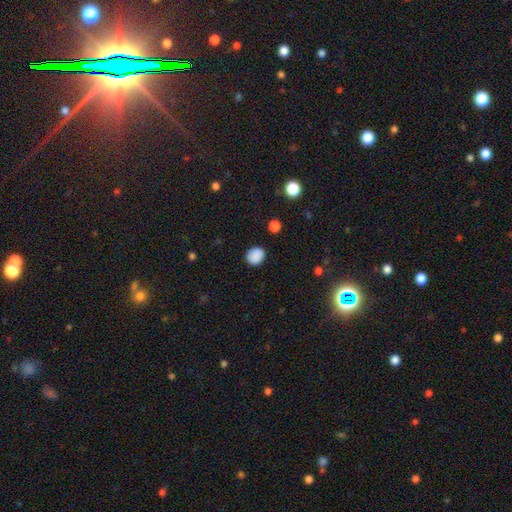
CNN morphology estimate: smooth-or-featured: smooth: 87% | star or artifact: 9% | featured or disk: 4%
  how-rounded: round: 64% | in between: 35% | cigar-shaped: 1%
  merging: none: 86% | minor disturbance: 11% | major disturbance: 3% | merger: 1%